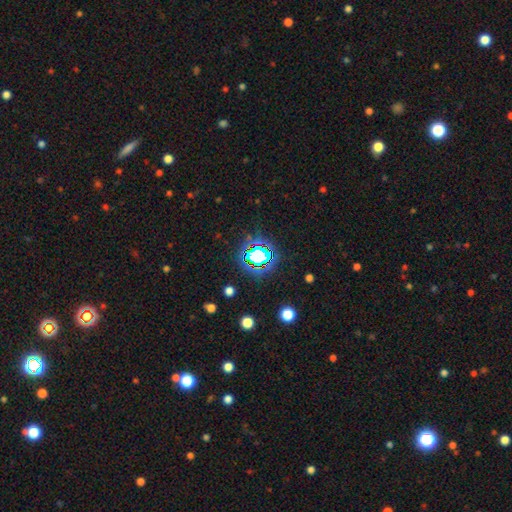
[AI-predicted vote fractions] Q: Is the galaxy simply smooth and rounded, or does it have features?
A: star or artifact — 65%.